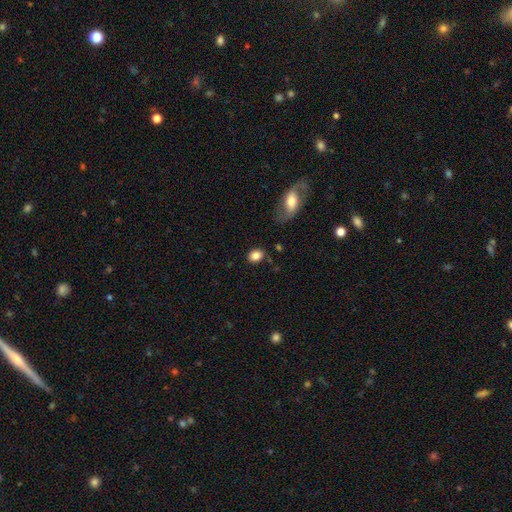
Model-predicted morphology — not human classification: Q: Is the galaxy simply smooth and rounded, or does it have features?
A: smooth — 84%.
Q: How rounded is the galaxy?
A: in between — 55%.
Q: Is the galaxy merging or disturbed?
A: none — 78%.